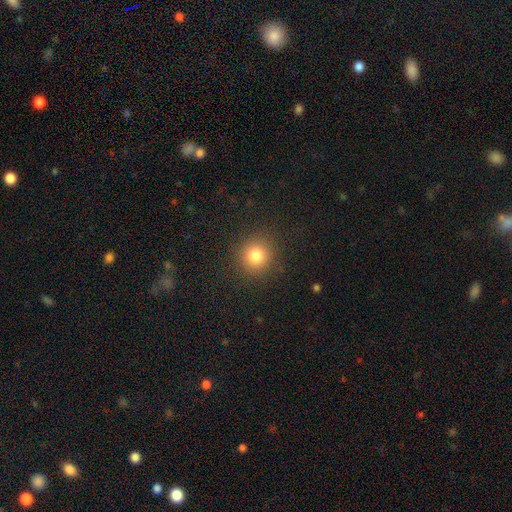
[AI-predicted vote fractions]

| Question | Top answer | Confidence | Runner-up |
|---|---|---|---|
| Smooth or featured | smooth | 81% | star or artifact (13%) |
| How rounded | round | 91% | in between (8%) |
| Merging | none | 89% | minor disturbance (7%) |